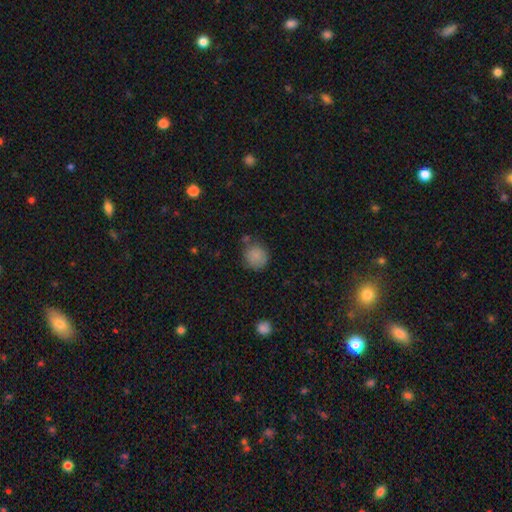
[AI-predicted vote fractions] Overall: smooth (84%). How rounded: round (89%). Merging: none (72%).